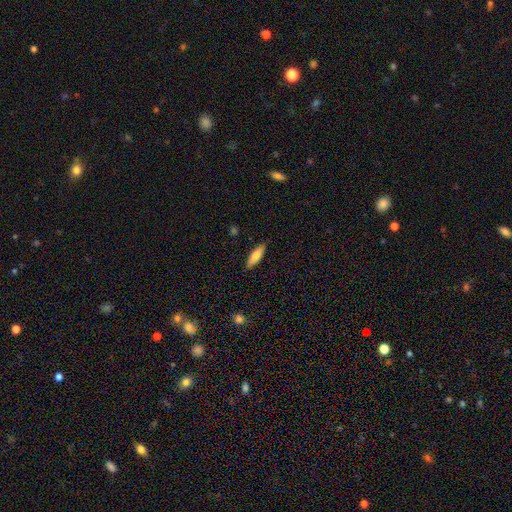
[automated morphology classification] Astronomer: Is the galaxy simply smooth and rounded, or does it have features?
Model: smooth — 74%.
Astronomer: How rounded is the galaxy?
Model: cigar-shaped — 54% (runner-up: in between, 45%).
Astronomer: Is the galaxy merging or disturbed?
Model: none — 89%.